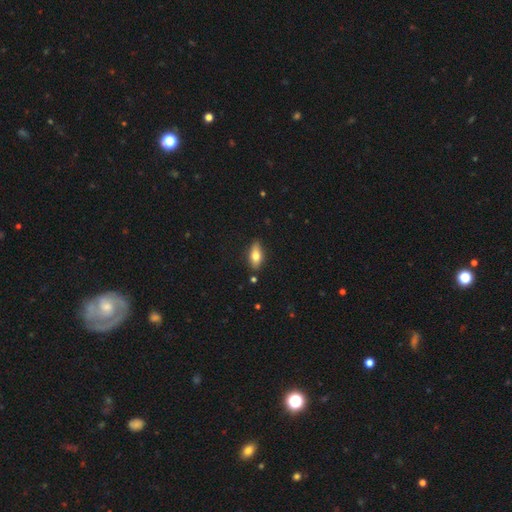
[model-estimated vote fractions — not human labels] A smooth galaxy with no disk features (68%) that is in between round and cigar-shaped (79%). Merging: none (85%).